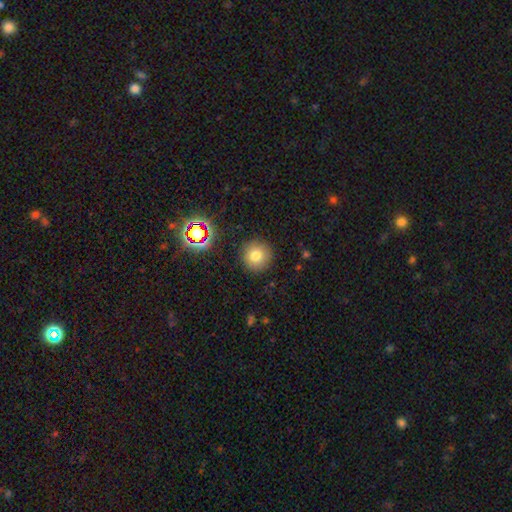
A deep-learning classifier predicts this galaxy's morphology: Overall: smooth (77%). How rounded: round (95%). Merging: none (90%).